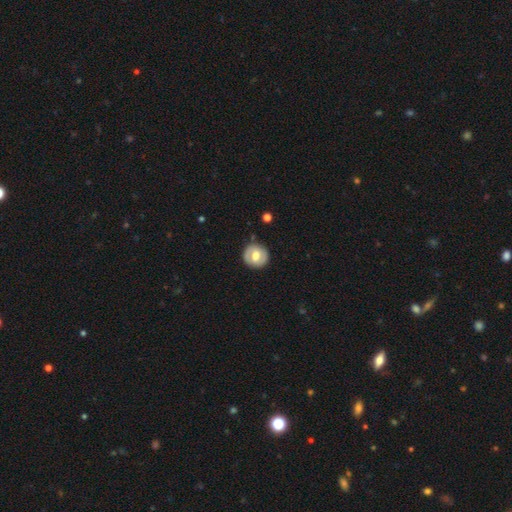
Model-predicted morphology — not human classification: smooth-or-featured: smooth: 57% | featured or disk: 37% | star or artifact: 7%
  how-rounded: round: 90% | in between: 9% | cigar-shaped: 1%
  merging: none: 86% | minor disturbance: 10% | major disturbance: 3% | merger: 2%